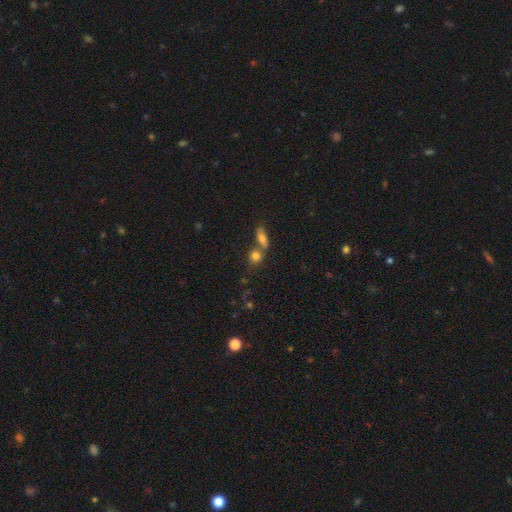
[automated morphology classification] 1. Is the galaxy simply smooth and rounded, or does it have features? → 76% smooth, 12% star or artifact, 11% featured or disk.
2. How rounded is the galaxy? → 63% round, 32% in between, 5% cigar-shaped.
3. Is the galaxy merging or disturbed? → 45% merger, 43% none, 8% minor disturbance, 4% major disturbance.